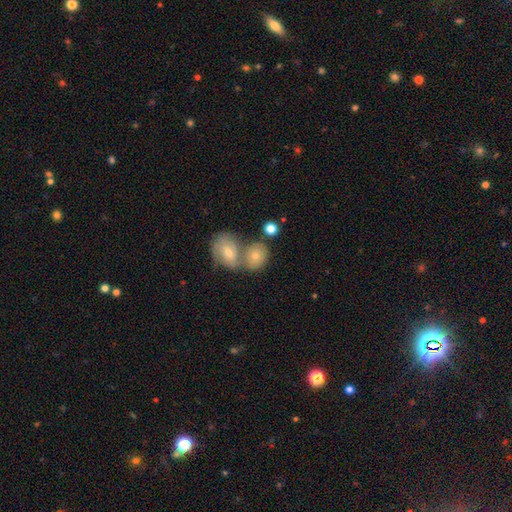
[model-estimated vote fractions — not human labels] Smooth or featured? smooth (64%)
How rounded? round (64%)
Merging? merger (52%)